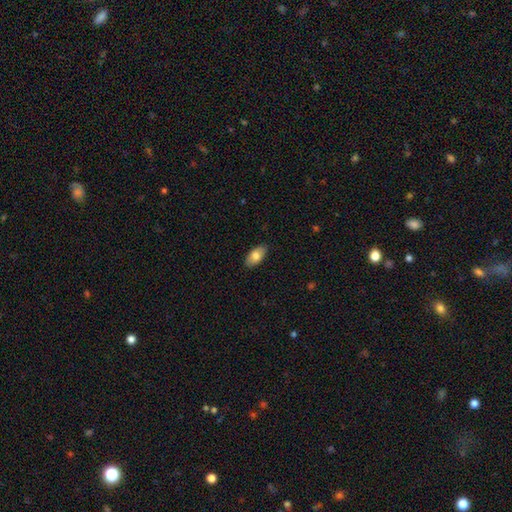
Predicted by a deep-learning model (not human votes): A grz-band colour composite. It shows a smooth galaxy with no disk features (78%) that is in between round and cigar-shaped (93%). Merging: none (87%).